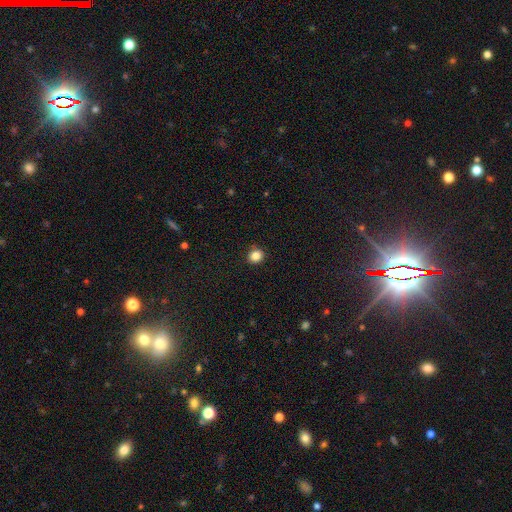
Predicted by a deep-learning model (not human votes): smooth-or-featured: smooth: 85% | star or artifact: 11% | featured or disk: 4%
  how-rounded: round: 85% | in between: 14% | cigar-shaped: 1%
  merging: none: 92% | minor disturbance: 6% | major disturbance: 2% | merger: 1%